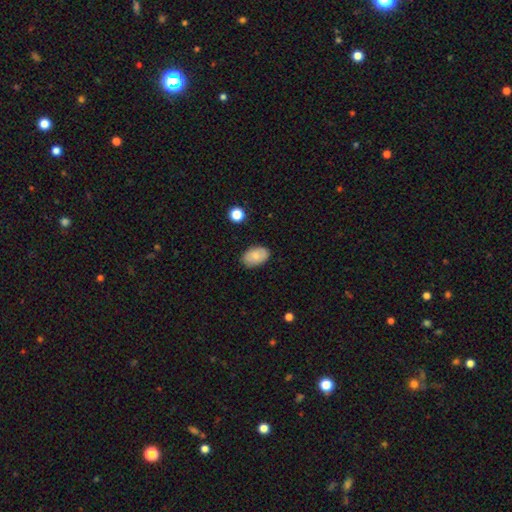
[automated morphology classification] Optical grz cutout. It shows a smooth galaxy with no disk features (78%) that is in between round and cigar-shaped (90%). Merging: none (86%).